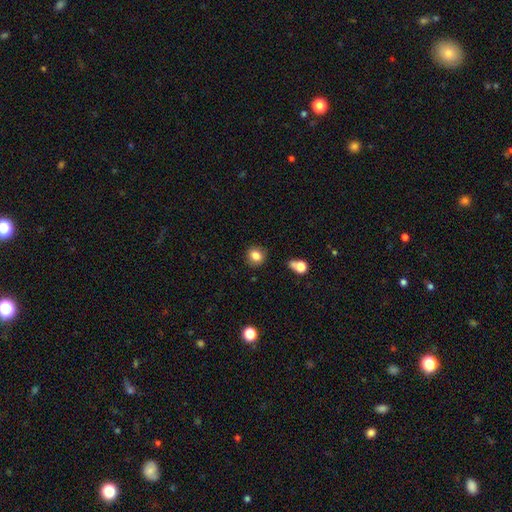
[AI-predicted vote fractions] smooth 83%, star or artifact 10%, featured or disk 7%. Down the decision tree: how rounded — round (77%); merging — none (83%).